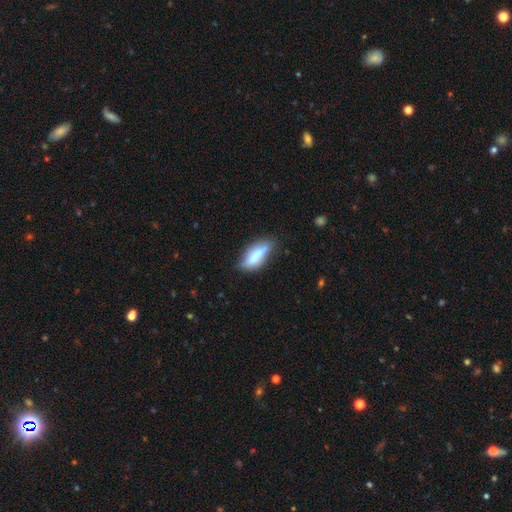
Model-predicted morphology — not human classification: smooth_or_featured: smooth (p=0.66) [alt: featured or disk p=0.26]
how_rounded: in between (p=0.63) [alt: cigar-shaped p=0.35]
merging: none (p=0.57) [alt: minor disturbance p=0.26]